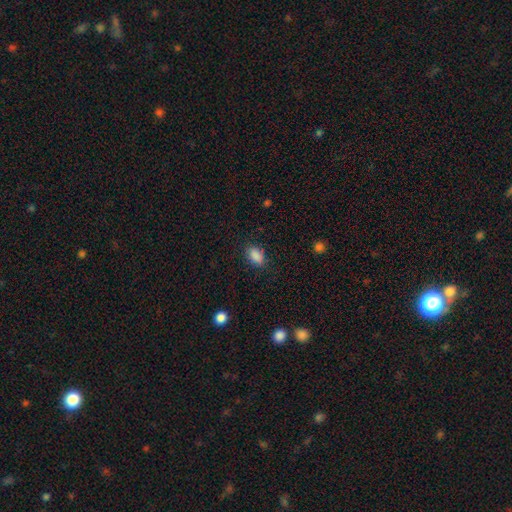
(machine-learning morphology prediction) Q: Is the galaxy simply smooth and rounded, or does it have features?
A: smooth — 86%.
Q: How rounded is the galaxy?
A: in between — 87%.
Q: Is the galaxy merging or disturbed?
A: none — 80%.